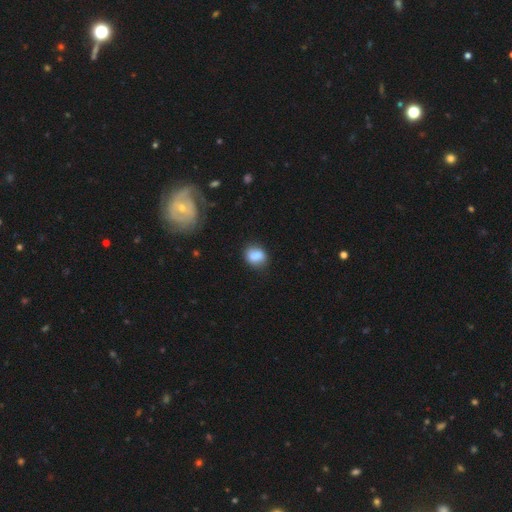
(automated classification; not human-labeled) This appears to be a smooth galaxy with no disk features (79%) that is in between round and cigar-shaped (52%). Merging: none (73%).